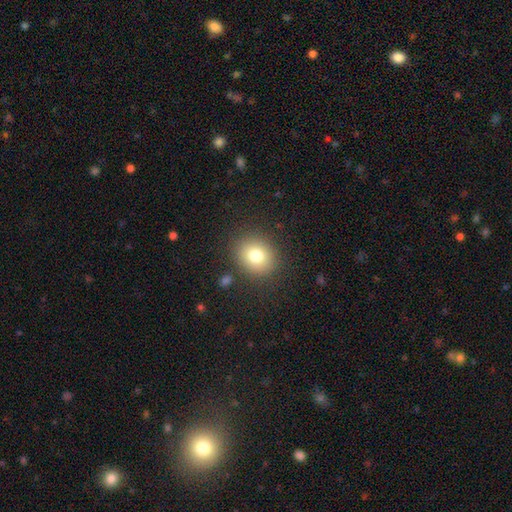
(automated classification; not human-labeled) This appears to be a smooth galaxy with no disk features (78%) that is round (72%). Merging: none (86%).